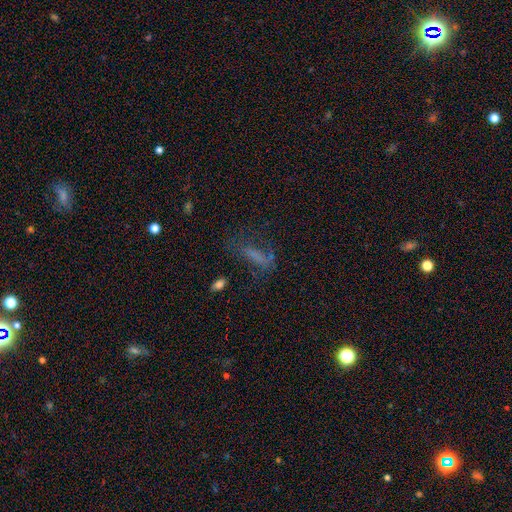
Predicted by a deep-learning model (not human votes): Q: Smooth or featured?
A: smooth (50%); runner-up: featured or disk (28%)
Q: Merging?
A: none (46%); runner-up: major disturbance (29%)